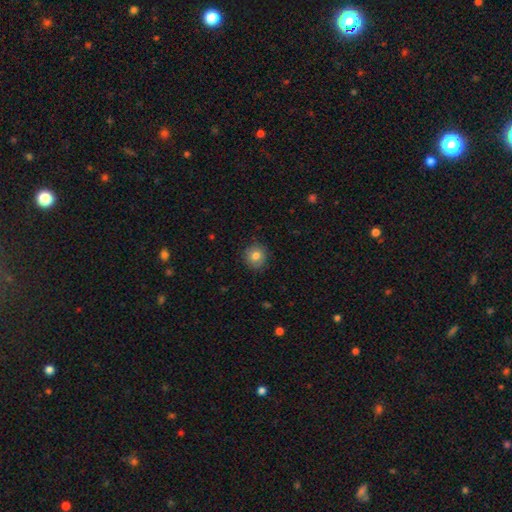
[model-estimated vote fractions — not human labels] smooth-or-featured: smooth: 81% | featured or disk: 10% | star or artifact: 9%
  how-rounded: round: 90% | in between: 9% | cigar-shaped: 1%
  merging: none: 88% | minor disturbance: 9% | major disturbance: 2% | merger: 1%